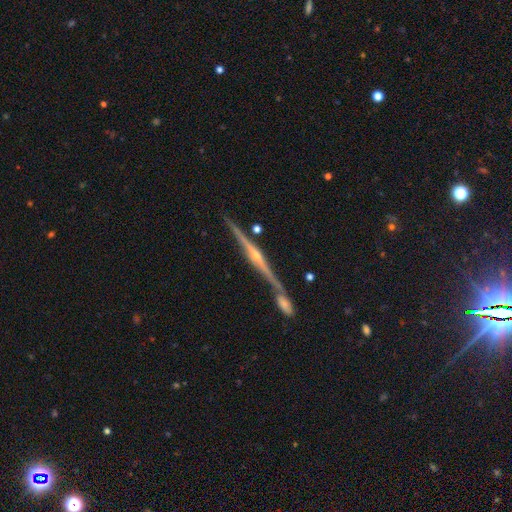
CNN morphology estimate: smooth-or-featured: featured or disk: 87% | star or artifact: 8% | smooth: 6%
  disk-edge-on: yes: 98% | no: 2%
    edge-on-bulge: rounded: 87% | none: 7% | boxy: 6%
  merging: none: 73% | merger: 14% | minor disturbance: 9% | major disturbance: 3%